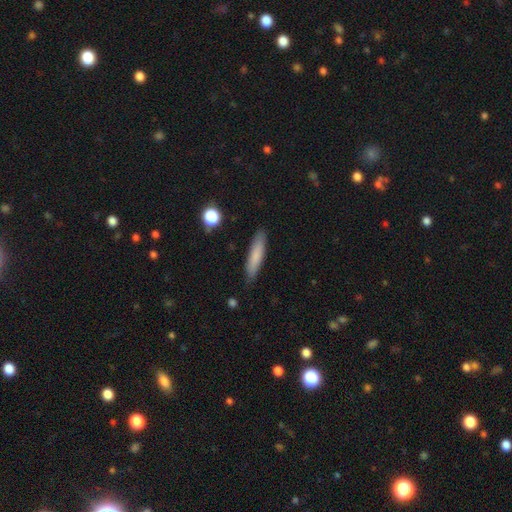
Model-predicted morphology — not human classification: Smooth or featured? smooth (79%)
How rounded? cigar-shaped (83%)
Merging? none (87%)